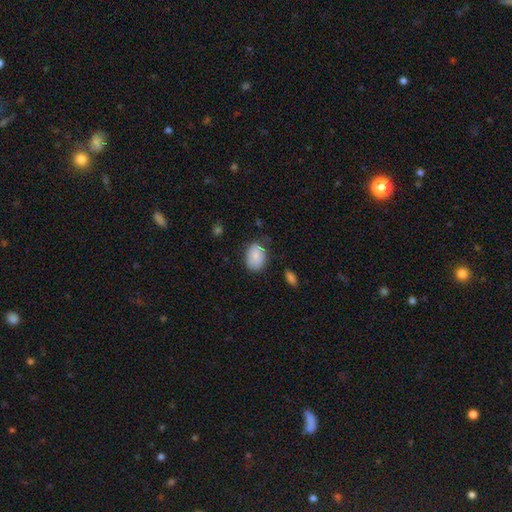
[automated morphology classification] Smooth or featured?
  - smooth: 81% *
  - featured or disk: 12%
  - star or artifact: 7%
How rounded?
  - in between: 77% *
  - round: 22%
  - cigar-shaped: 1%
Merging?
  - none: 70% *
  - minor disturbance: 23%
  - major disturbance: 5%
  - merger: 2%